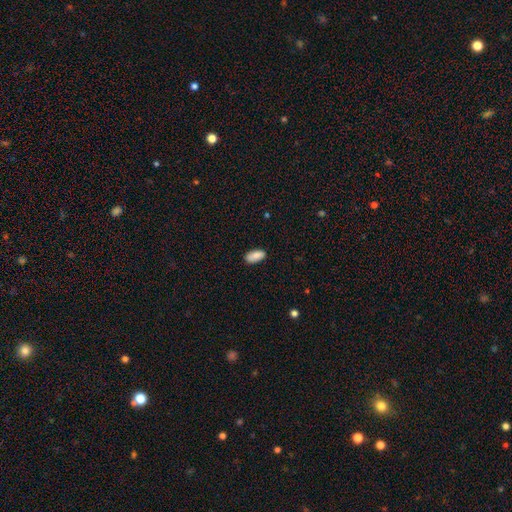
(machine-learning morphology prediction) Overall: smooth (84%). How rounded: in between (92%). Merging: none (83%).